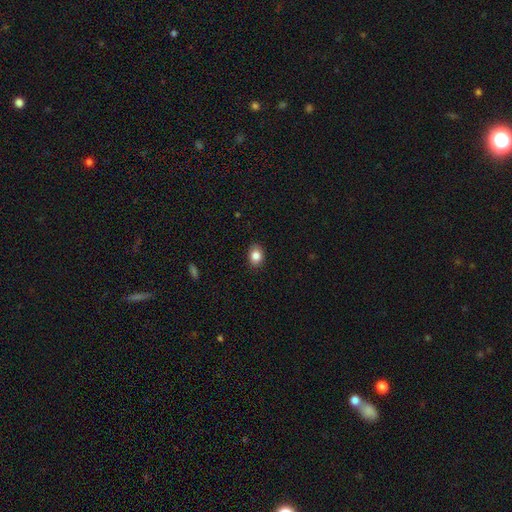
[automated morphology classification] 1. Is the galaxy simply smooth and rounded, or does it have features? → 84% smooth, 9% star or artifact, 7% featured or disk.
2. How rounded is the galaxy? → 64% in between, 35% round, 1% cigar-shaped.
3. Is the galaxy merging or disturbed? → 88% none, 9% minor disturbance, 2% major disturbance, 1% merger.